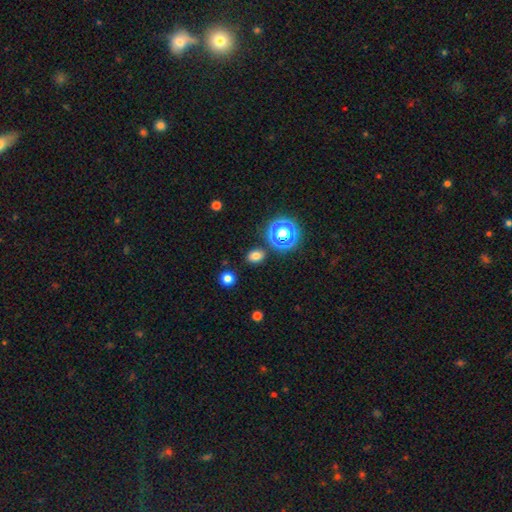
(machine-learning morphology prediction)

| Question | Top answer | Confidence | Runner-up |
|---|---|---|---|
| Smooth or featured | smooth | 73% | star or artifact (21%) |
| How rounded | in between | 59% | round (40%) |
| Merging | none | 85% | minor disturbance (9%) |